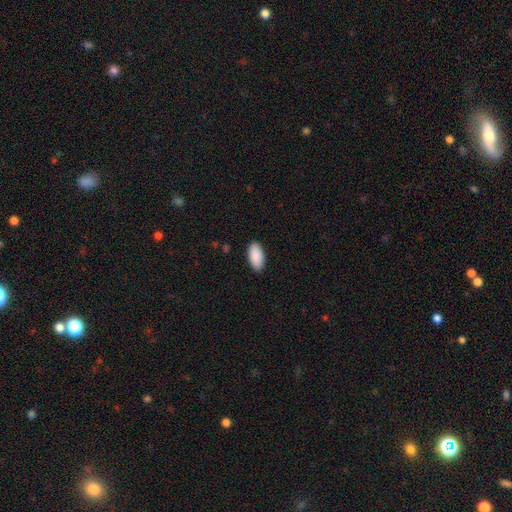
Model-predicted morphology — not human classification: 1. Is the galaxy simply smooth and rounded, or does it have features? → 91% smooth, 6% star or artifact, 3% featured or disk.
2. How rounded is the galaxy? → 95% in between, 3% cigar-shaped, 2% round.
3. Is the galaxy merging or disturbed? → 88% none, 9% minor disturbance, 2% major disturbance, 1% merger.